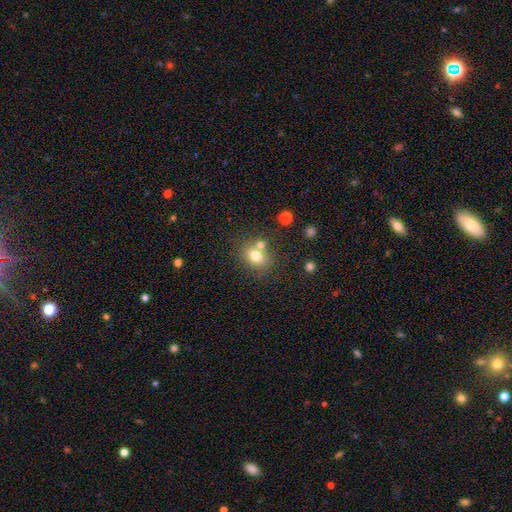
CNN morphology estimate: Smooth or featured? smooth (75%)
How rounded? round (58%)
Merging? none (59%)